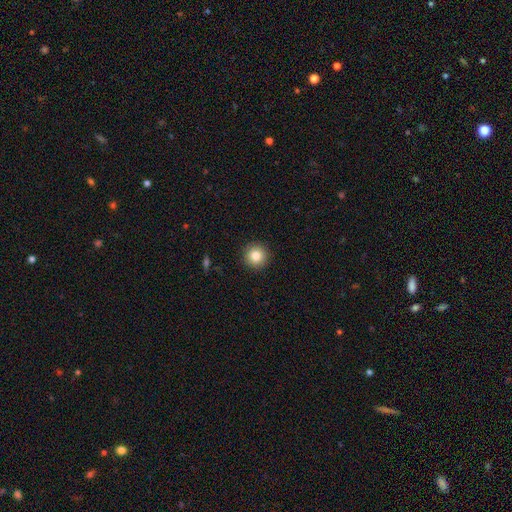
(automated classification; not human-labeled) Smooth or featured? Predicted: smooth (p=0.83). How rounded? Predicted: round (p=0.95). Merging? Predicted: none (p=0.92).